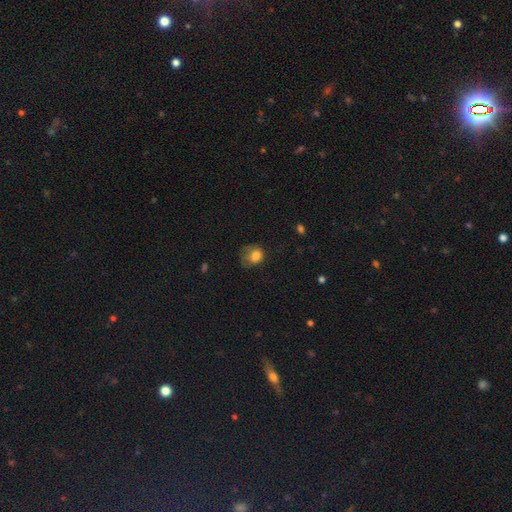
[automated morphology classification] Smooth or featured? smooth (78%)
How rounded? round (58%)
Merging? none (33%, tied with minor disturbance)